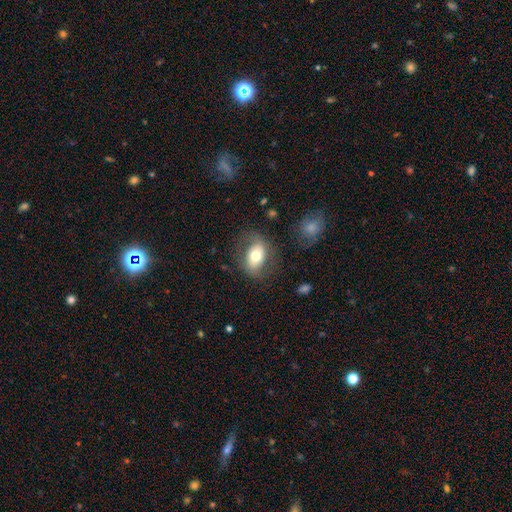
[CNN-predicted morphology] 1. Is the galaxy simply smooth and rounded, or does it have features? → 60% smooth, 32% featured or disk, 7% star or artifact.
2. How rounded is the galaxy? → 79% in between, 20% round, 2% cigar-shaped.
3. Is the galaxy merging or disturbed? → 71% none, 17% minor disturbance, 10% major disturbance, 2% merger.